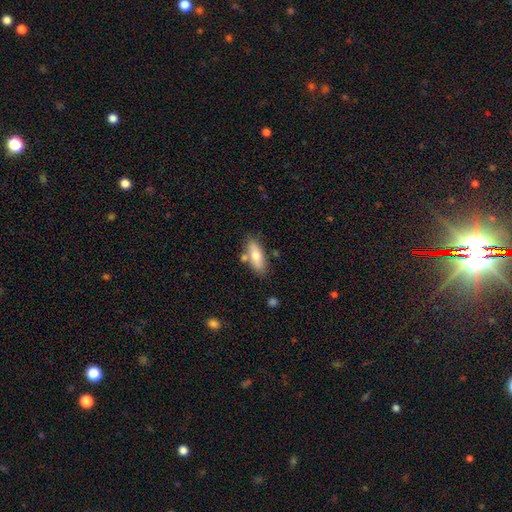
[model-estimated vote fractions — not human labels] A smooth galaxy with no disk features (69%) that is in between round and cigar-shaped (68%). Merging: none (73%).